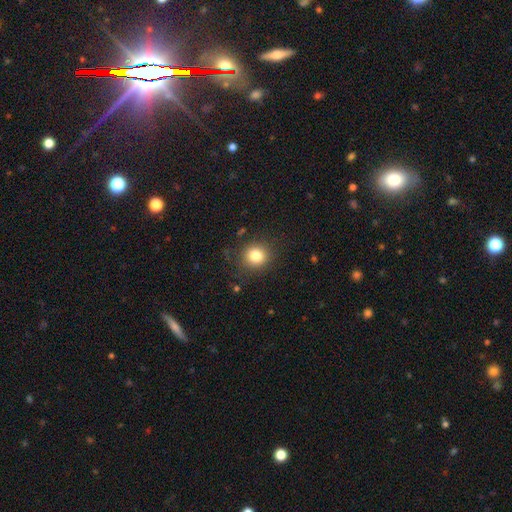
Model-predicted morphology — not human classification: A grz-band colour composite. It shows a smooth galaxy with no disk features (82%) that is round (84%). Merging: none (86%).